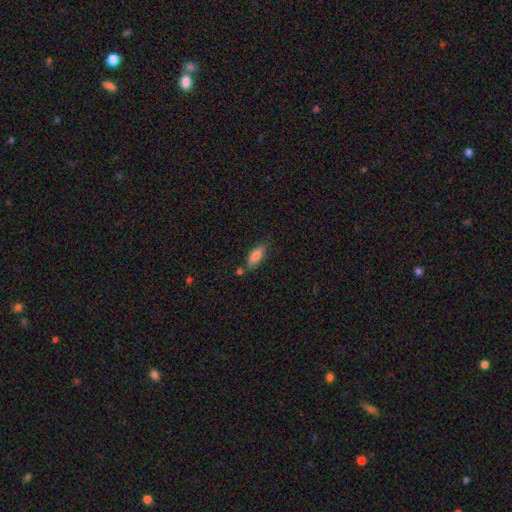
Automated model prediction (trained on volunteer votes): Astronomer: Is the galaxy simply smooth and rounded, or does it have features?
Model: smooth — 78%.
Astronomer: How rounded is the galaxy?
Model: in between — 61% (runner-up: cigar-shaped, 37%).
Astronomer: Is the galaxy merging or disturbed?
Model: none — 66%.